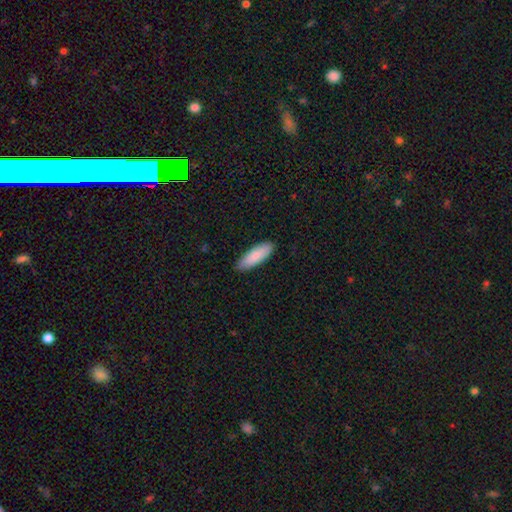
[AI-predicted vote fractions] smooth_or_featured: smooth (p=0.86) [alt: featured or disk p=0.09]
how_rounded: in between (p=0.55) [alt: cigar-shaped p=0.44]
merging: none (p=0.88) [alt: minor disturbance p=0.09]